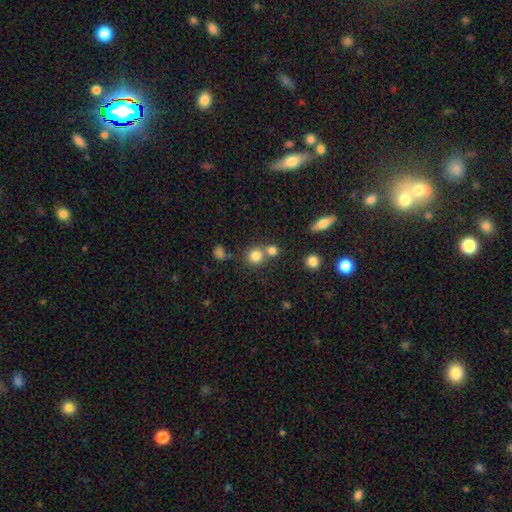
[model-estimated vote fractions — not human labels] The model was most divided on "merging": none: 56%, merger: 33%, minor disturbance: 8%, major disturbance: 3%. More confident: how rounded — round (87%); smooth or featured — smooth (80%).